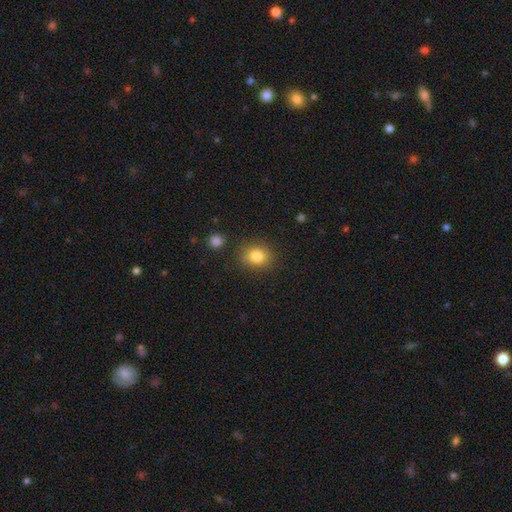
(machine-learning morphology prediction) Overall: smooth (83%). How rounded: round (64%; in between 35%). Merging: none (81%).